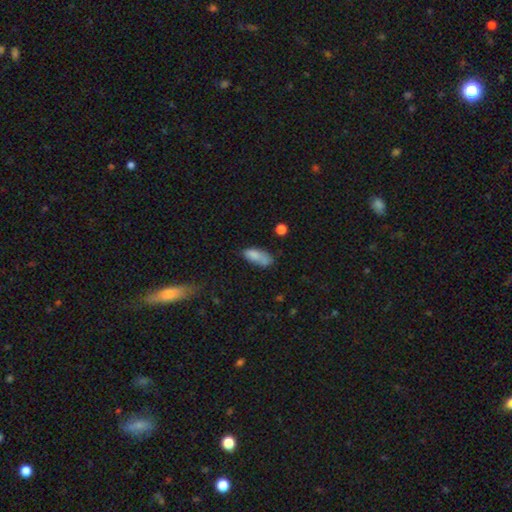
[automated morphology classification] type=smooth (79%); roundness=in between (80%); merging=none (44%).